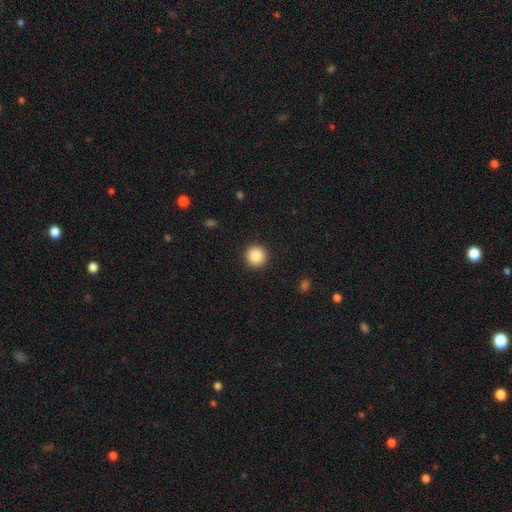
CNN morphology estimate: A smooth galaxy with no disk features (87%) that is round (96%).

Vote fractions:
- Smooth or featured? smooth: 87% / star or artifact: 9% / featured or disk: 5%
- How rounded? round: 96% / in between: 3% / cigar-shaped: 1%
- Merging? none: 93% / minor disturbance: 5% / major disturbance: 2% / merger: 1%